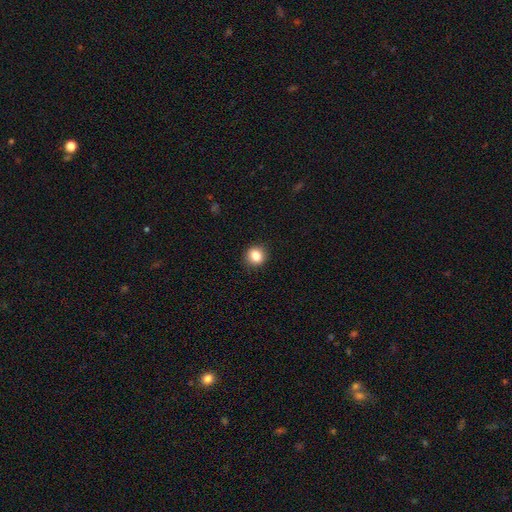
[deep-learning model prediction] Morphology: type=smooth (85%); roundness=round (83%); merging=none (91%).